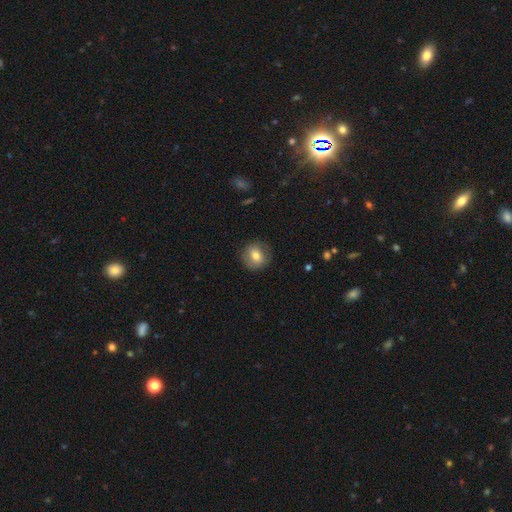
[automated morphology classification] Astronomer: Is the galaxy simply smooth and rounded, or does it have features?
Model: smooth — 66%.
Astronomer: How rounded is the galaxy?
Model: round — 81%.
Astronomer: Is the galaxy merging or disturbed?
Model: none — 83%.